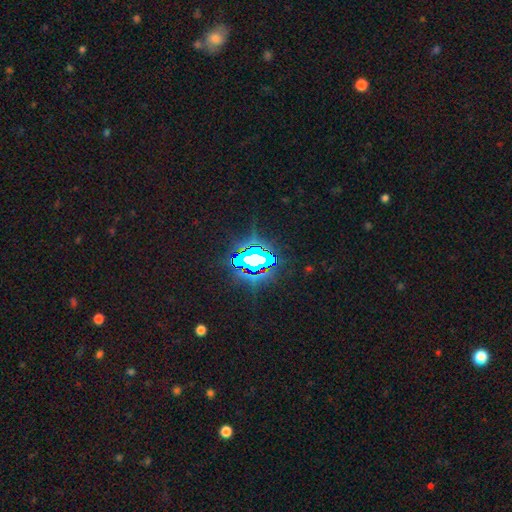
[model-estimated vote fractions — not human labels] Smooth or featured? Predicted: star or artifact (p=0.76).